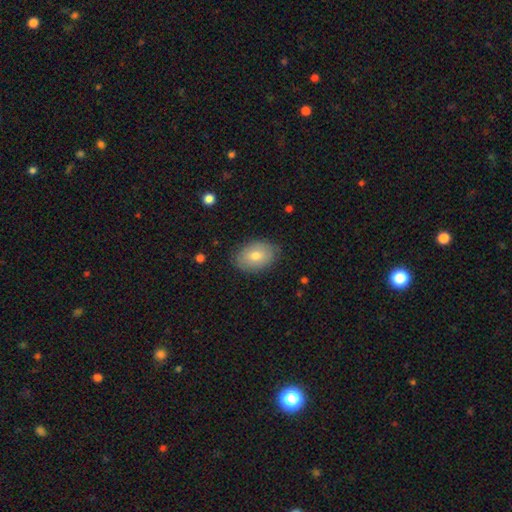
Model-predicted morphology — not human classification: Smooth or featured?
  - smooth: 74% *
  - featured or disk: 19%
  - star or artifact: 7%
How rounded?
  - in between: 81% *
  - round: 18%
  - cigar-shaped: 1%
Merging?
  - none: 83% *
  - minor disturbance: 13%
  - major disturbance: 3%
  - merger: 1%